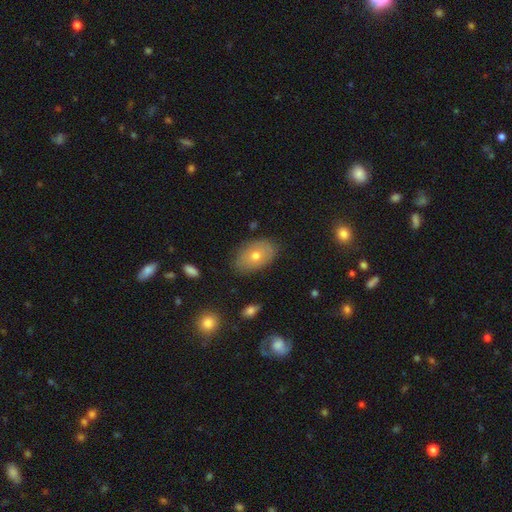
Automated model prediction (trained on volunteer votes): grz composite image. It shows a smooth galaxy with no disk features (66%) that is in between round and cigar-shaped (87%). Merging: none (82%).